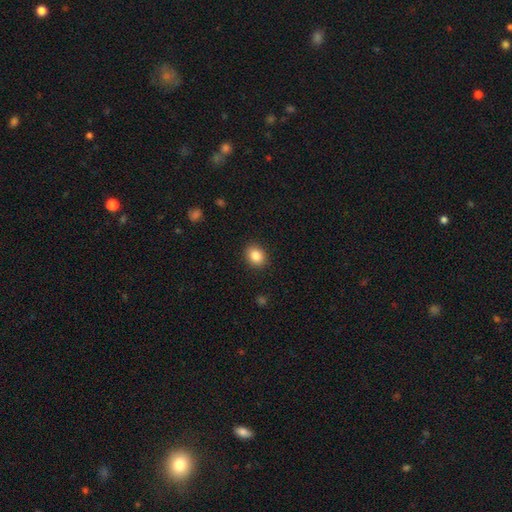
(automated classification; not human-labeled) Morphology: type=smooth (85%); roundness=round (55%); merging=none (90%).